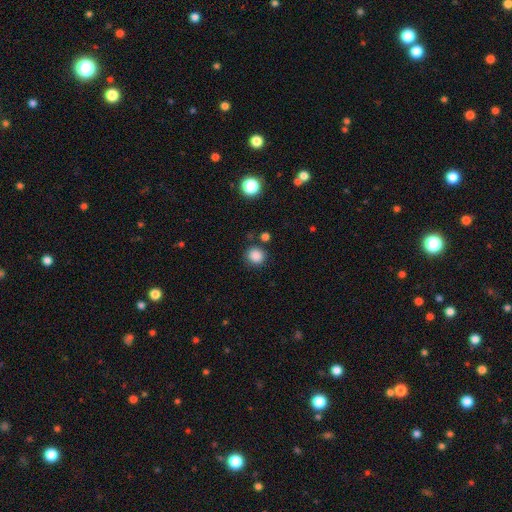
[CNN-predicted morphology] The model was most divided on "merging": none: 84%, minor disturbance: 9%, merger: 4%, major disturbance: 3%. More confident: how rounded — round (89%); smooth or featured — smooth (86%).